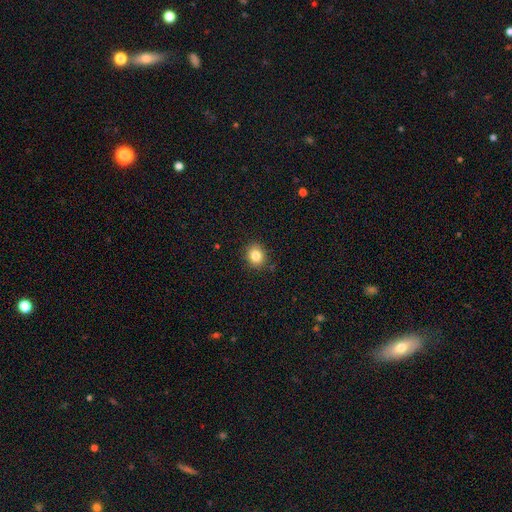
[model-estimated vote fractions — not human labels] This is clearly a smooth galaxy (83%). How rounded: likely round (74%). Merging: clearly none (88%).